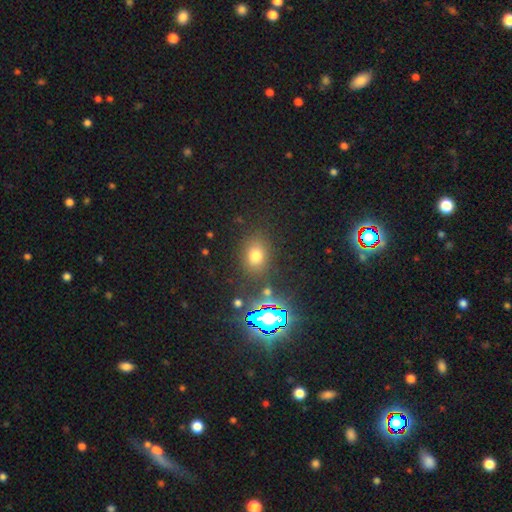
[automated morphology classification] Smooth or featured?
  - smooth: 67% *
  - star or artifact: 25%
  - featured or disk: 9%
How rounded?
  - in between: 53% *
  - round: 46%
  - cigar-shaped: 2%
Merging?
  - none: 80% *
  - minor disturbance: 11%
  - major disturbance: 5%
  - merger: 5%